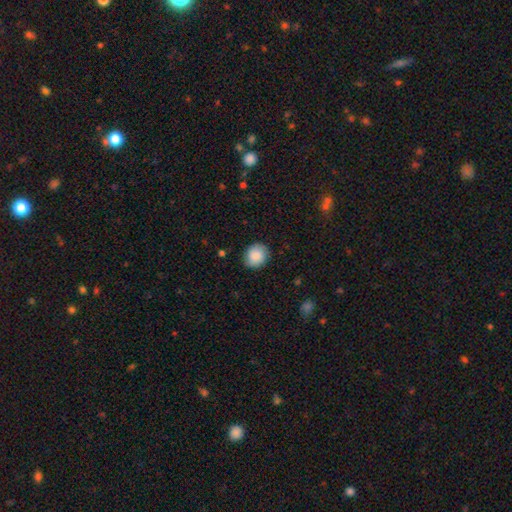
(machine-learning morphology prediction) Smooth or featured: smooth — 84% (featured or disk — 9%)
How rounded: round — 76% (in between — 23%)
Merging: none — 84% (minor disturbance — 13%)